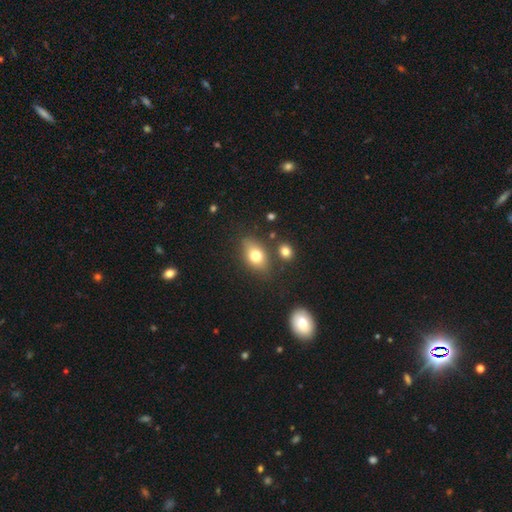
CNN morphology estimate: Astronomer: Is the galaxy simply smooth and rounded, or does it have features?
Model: smooth — 75%.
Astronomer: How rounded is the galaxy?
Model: in between — 80%.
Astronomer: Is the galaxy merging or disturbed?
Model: none — 74%.